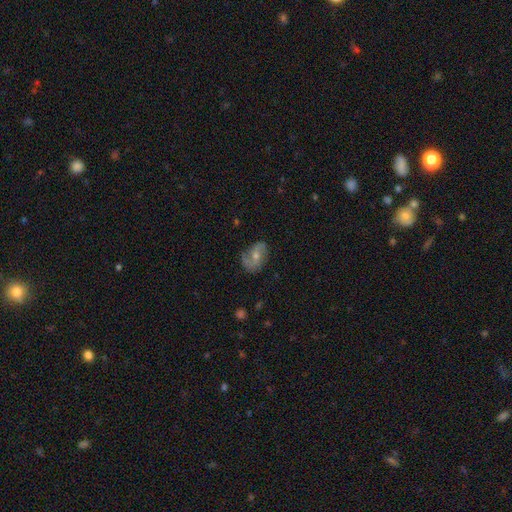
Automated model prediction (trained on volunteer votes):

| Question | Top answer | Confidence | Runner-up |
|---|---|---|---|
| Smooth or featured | featured or disk | 72% | smooth (18%) |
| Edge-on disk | no | 96% | yes (4%) |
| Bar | no | 52% | weak (37%) |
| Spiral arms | yes | 89% | no (11%) |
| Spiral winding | medium | 45% | loose (29%) |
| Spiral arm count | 2 | 79% | can't tell (10%) |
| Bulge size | moderate | 56% | small (39%) |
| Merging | none | 73% | minor disturbance (18%) |